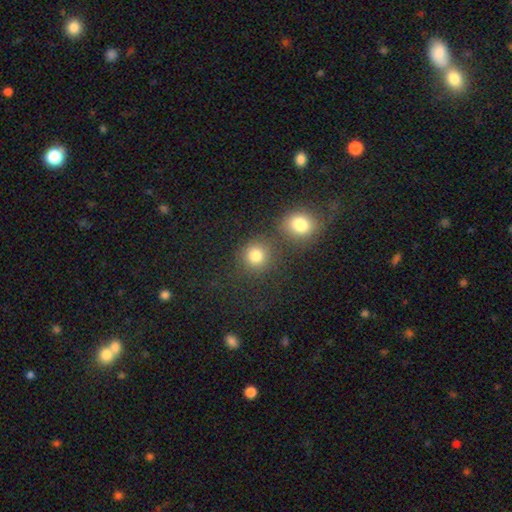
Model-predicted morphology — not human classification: type=smooth (81%); roundness=round (88%); merging=none (67%).